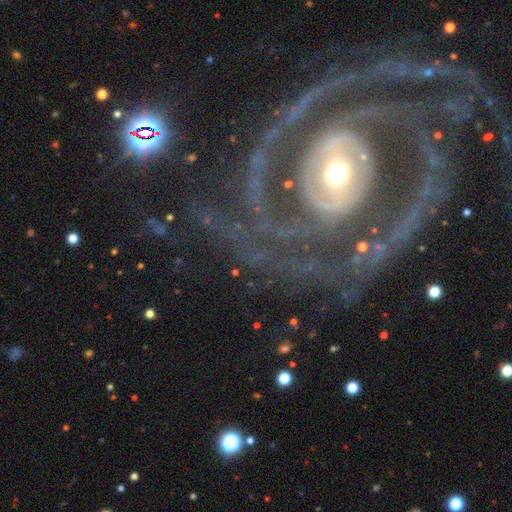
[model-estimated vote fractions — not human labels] The model was most divided on "spiral arm count": 2: 35%, can't tell: 23%, 3: 15%, 4: 10%, more than 4: 9%, 1: 9%. Remaining: edge-on disk — no (96%); spiral arms — yes (89%); smooth or featured — featured or disk (86%); merging — none (70%); spiral winding — tight (64%); bulge size — moderate (60%); bar — no (47%).